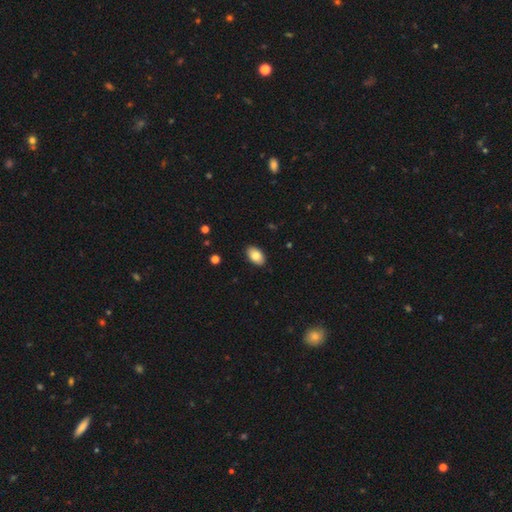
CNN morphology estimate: Smooth or featured?
  - smooth: 85% *
  - featured or disk: 8%
  - star or artifact: 7%
How rounded?
  - in between: 93% *
  - round: 5%
  - cigar-shaped: 1%
Merging?
  - none: 89% *
  - minor disturbance: 8%
  - major disturbance: 2%
  - merger: 1%